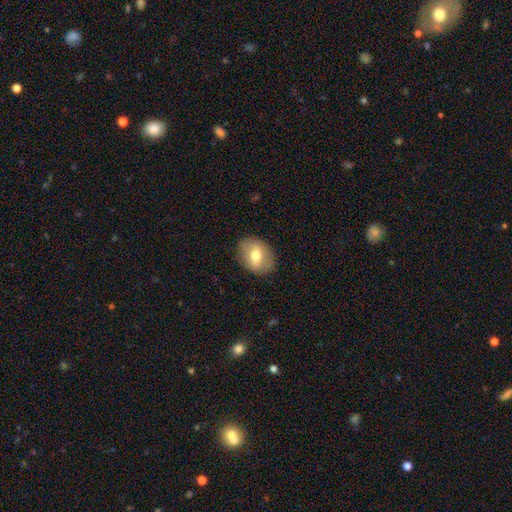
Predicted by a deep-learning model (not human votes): Smooth or featured? smooth (62%)
How rounded? in between (65%)
Merging? none (84%)